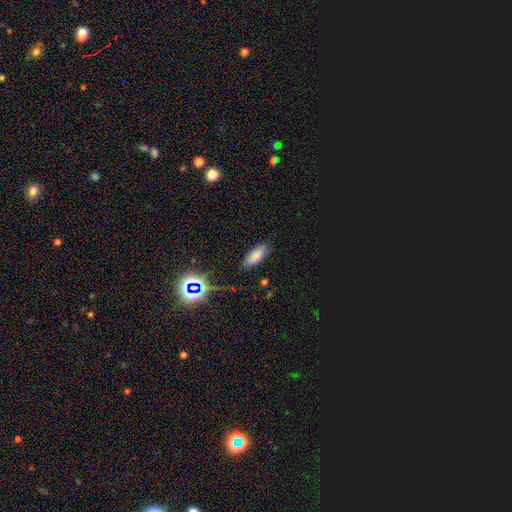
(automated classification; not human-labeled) smooth 78%, star or artifact 14%, featured or disk 7%. Down the decision tree: how rounded — in between (79%); merging — none (83%).